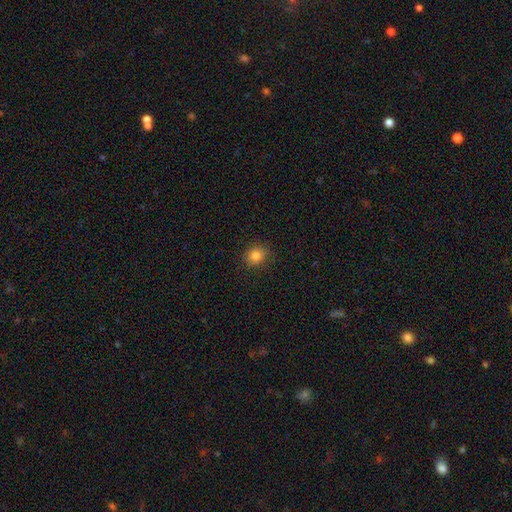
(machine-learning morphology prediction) Smooth or featured?
  - smooth: 83% *
  - star or artifact: 11%
  - featured or disk: 6%
How rounded?
  - round: 66% *
  - in between: 33%
  - cigar-shaped: 1%
Merging?
  - none: 87% *
  - minor disturbance: 9%
  - major disturbance: 2%
  - merger: 1%